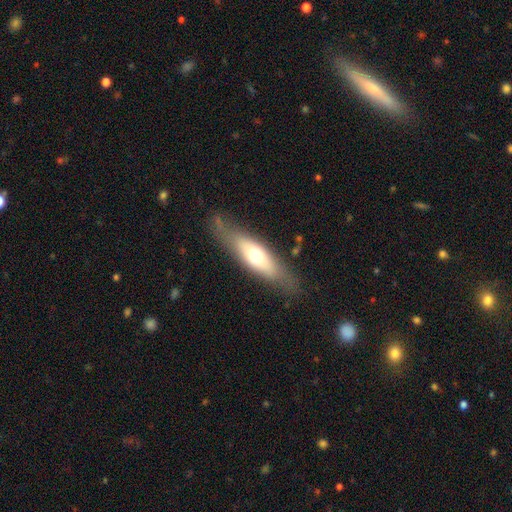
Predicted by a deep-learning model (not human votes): Q: Smooth or featured?
A: smooth (50%); runner-up: featured or disk (43%)
Q: How rounded?
A: cigar-shaped (50%); runner-up: in between (47%)
Q: Merging?
A: none (73%); runner-up: minor disturbance (18%)